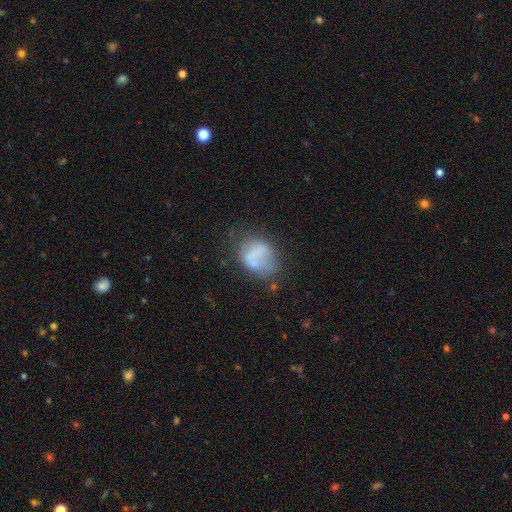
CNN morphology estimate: Smooth or featured? smooth (59%)
How rounded? in between (53%)
Merging? none (39%)